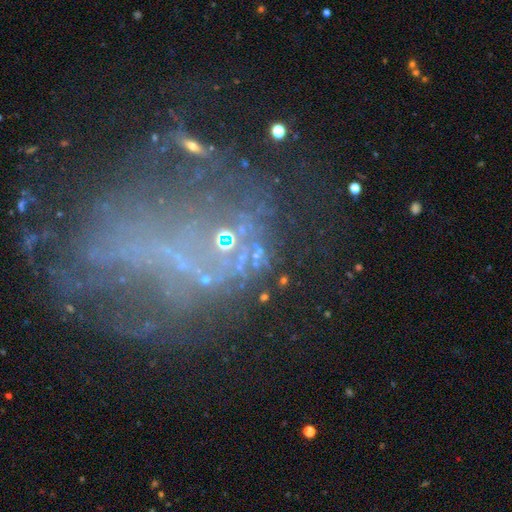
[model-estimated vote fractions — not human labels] A star or artifact, not a galaxy (46%).

Vote fractions:
- Smooth or featured? star or artifact: 46% / featured or disk: 30% / smooth: 24%